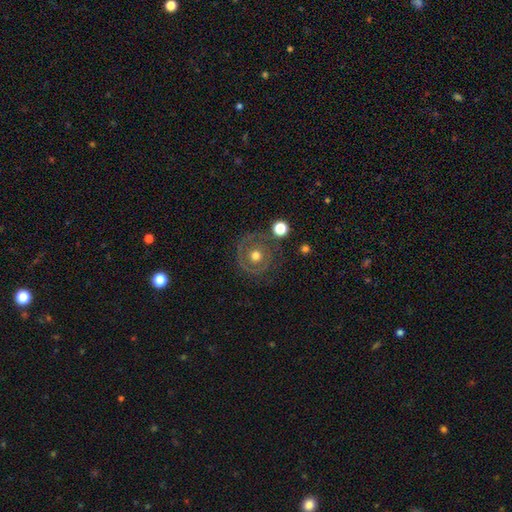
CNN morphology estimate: type=featured or disk (53%); edge-on=no (96%); bar=no (88%); spiral arms=no (61%); bulge=moderate (73%); merging=none (73%).